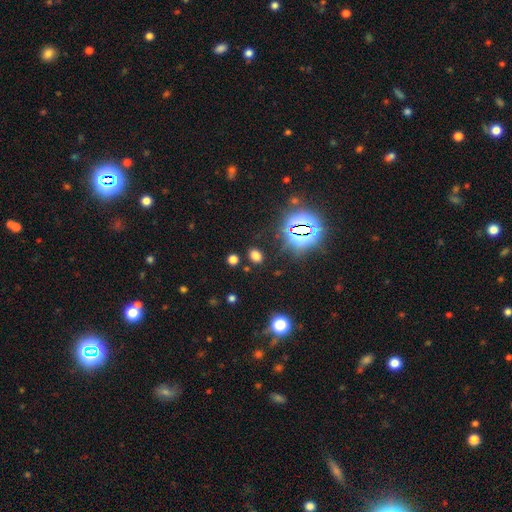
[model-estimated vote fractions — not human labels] A smooth galaxy with no disk features (64%) that is in between round and cigar-shaped (68%).

Vote fractions:
- Smooth or featured? smooth: 64% / star or artifact: 30% / featured or disk: 6%
- How rounded? in between: 68% / round: 30% / cigar-shaped: 2%
- Merging? none: 84% / minor disturbance: 9% / major disturbance: 4% / merger: 3%